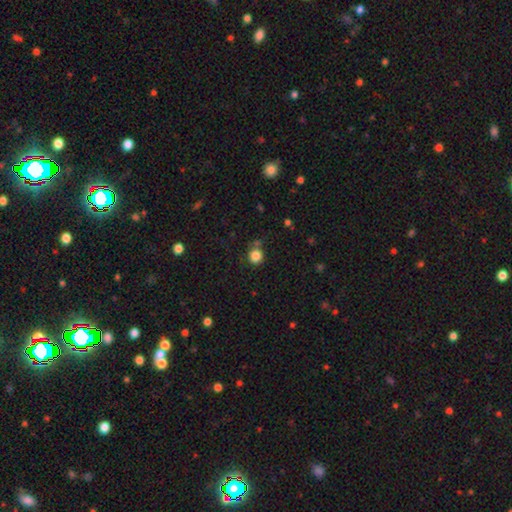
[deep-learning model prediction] smooth 84%, star or artifact 11%, featured or disk 4%. Down the decision tree: how rounded — round (90%); merging — none (74%).